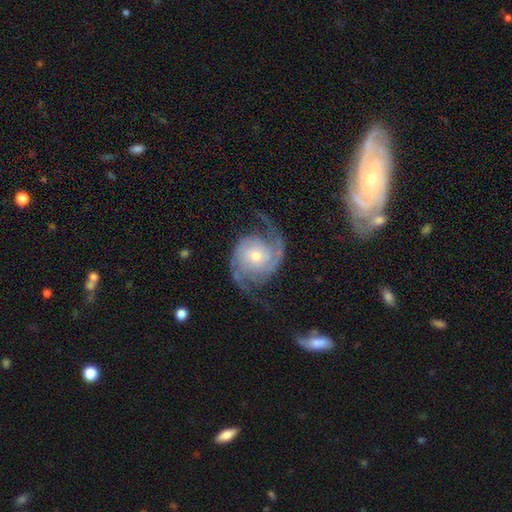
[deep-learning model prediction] Overall: featured or disk (91%). Edge-on disk: no (98%). Bar: no (69%). Spiral arms: yes (98%). Spiral arm count: 2 (91%). Spiral winding: medium (51%; loose 27%). Bulge size: small (55%; moderate 39%). Merging: none (73%).